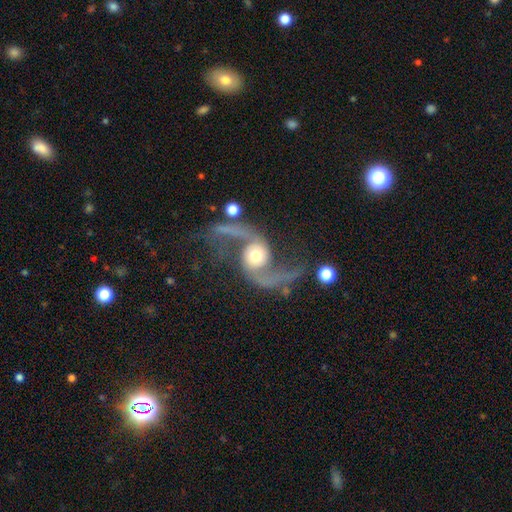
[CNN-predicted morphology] Smooth or featured: featured or disk — 90% (smooth — 5%)
Edge-on disk: no — 97% (yes — 3%)
Bar: no — 69% (weak — 22%)
Spiral arms: yes — 97% (no — 3%)
Spiral winding: loose — 87% (medium — 10%)
Spiral arm count: 2 — 94% (1 — 2%)
Bulge size: moderate — 60% (large — 20%)
Merging: none — 57% (major disturbance — 20%)